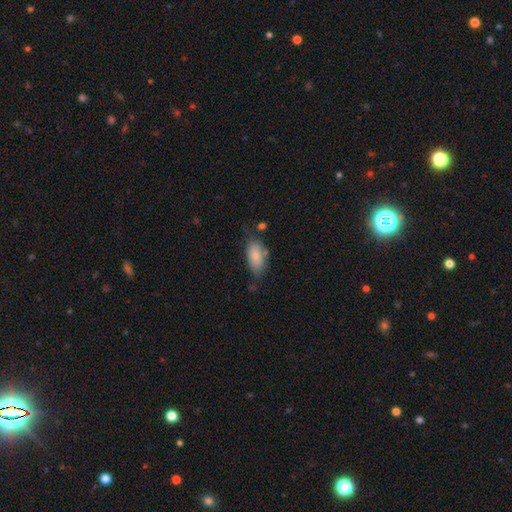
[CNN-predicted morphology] smooth-or-featured: smooth: 83% | featured or disk: 11% | star or artifact: 6%
  how-rounded: in between: 93% | cigar-shaped: 4% | round: 3%
  merging: none: 63% | minor disturbance: 26% | major disturbance: 6% | merger: 6%